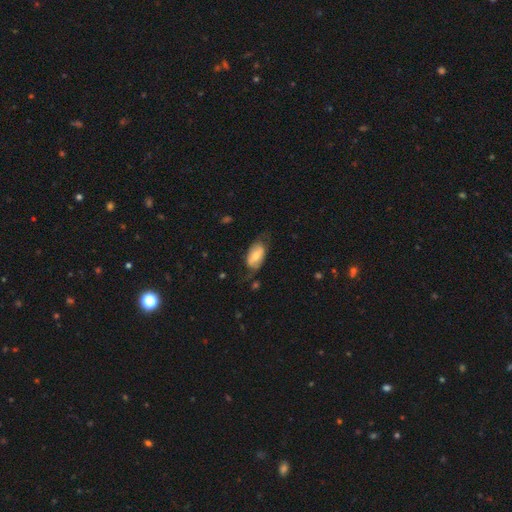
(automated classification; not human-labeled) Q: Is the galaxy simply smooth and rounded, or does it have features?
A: smooth — 59%.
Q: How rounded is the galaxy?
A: in between — 92%.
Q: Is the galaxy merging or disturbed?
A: none — 58%.